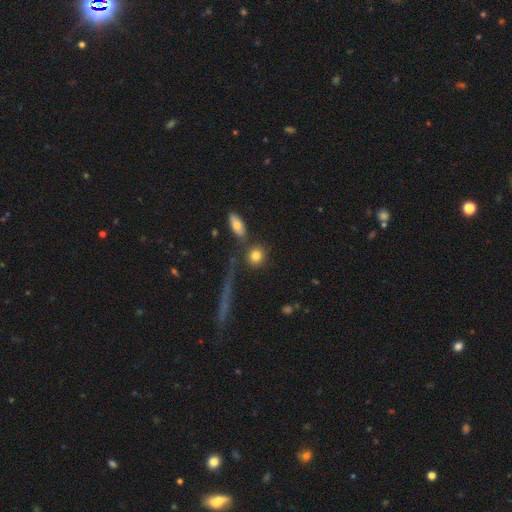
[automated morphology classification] smooth-or-featured: smooth: 82% | star or artifact: 9% | featured or disk: 9%
  how-rounded: round: 74% | in between: 22% | cigar-shaped: 4%
  merging: none: 71% | merger: 13% | minor disturbance: 10% | major disturbance: 6%